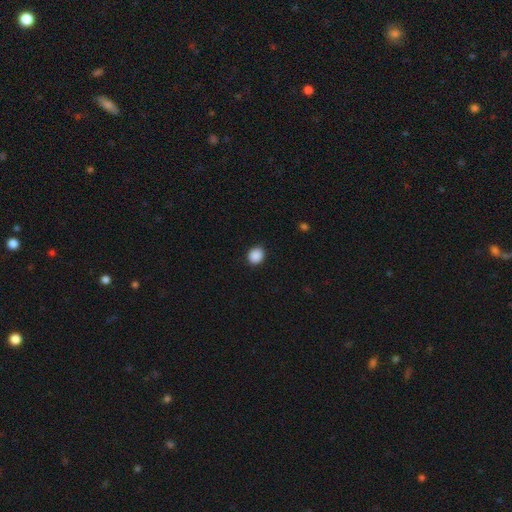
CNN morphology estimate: smooth-or-featured: smooth: 89% | star or artifact: 9% | featured or disk: 2%
  how-rounded: round: 71% | in between: 29% | cigar-shaped: 1%
  merging: none: 90% | minor disturbance: 7% | major disturbance: 2% | merger: 1%